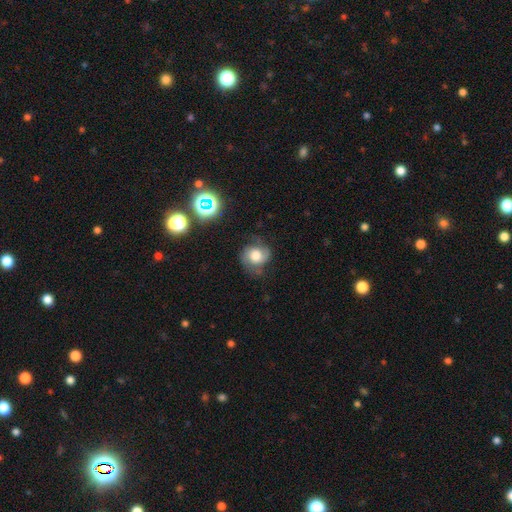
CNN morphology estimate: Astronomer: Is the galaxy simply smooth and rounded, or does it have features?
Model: featured or disk — 50% (runner-up: smooth, 38%).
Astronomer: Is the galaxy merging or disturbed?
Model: none — 61%.